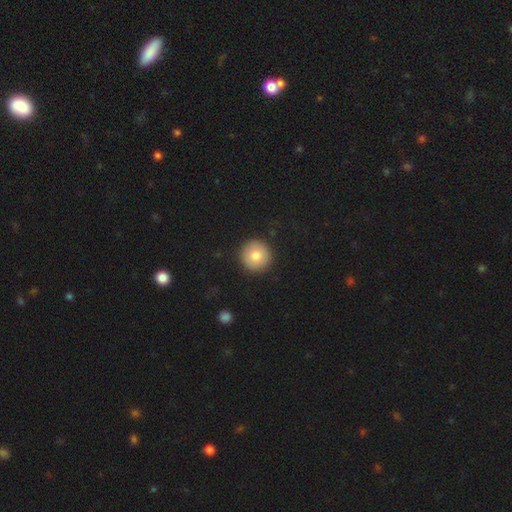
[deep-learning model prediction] A smooth galaxy with no disk features (80%) that is round (95%).

Vote fractions:
- Smooth or featured? smooth: 80% / featured or disk: 12% / star or artifact: 8%
- How rounded? round: 95% / in between: 4% / cigar-shaped: 1%
- Merging? none: 92% / minor disturbance: 5% / major disturbance: 2% / merger: 1%